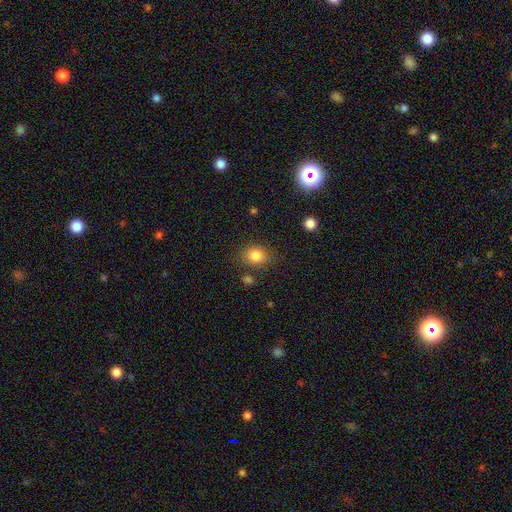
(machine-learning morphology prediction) Smooth or featured: smooth — 84% (star or artifact — 10%)
How rounded: round — 54% (in between — 45%)
Merging: none — 77% (minor disturbance — 14%)